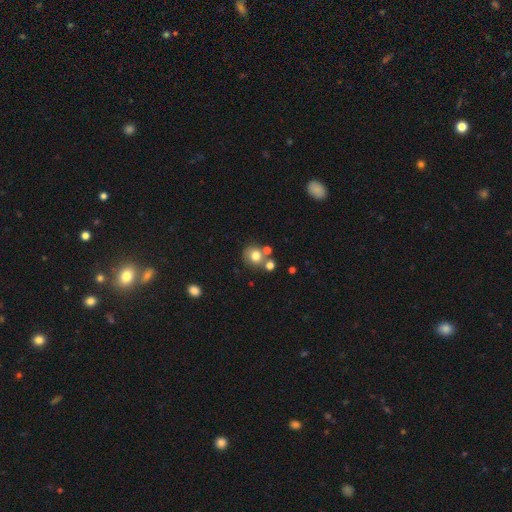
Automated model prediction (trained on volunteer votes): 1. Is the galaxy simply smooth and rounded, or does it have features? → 74% smooth, 14% featured or disk, 12% star or artifact.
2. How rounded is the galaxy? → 80% round, 20% in between, 1% cigar-shaped.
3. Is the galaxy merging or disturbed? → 58% none, 26% merger, 11% minor disturbance, 5% major disturbance.